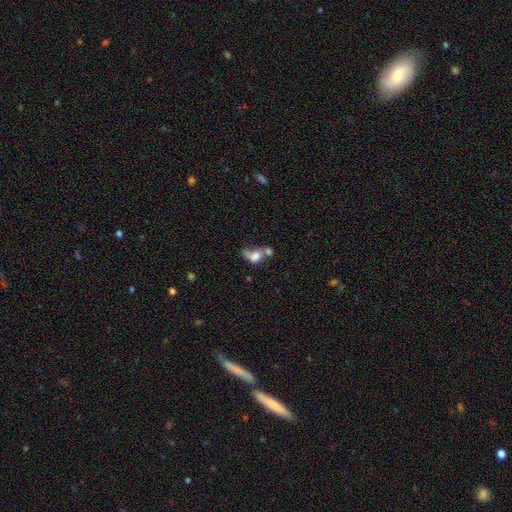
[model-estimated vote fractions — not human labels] The model was most divided on "how rounded": in between: 62%, round: 35%, cigar-shaped: 3%. Remaining: smooth or featured — smooth (62%); merging — merger (50%).